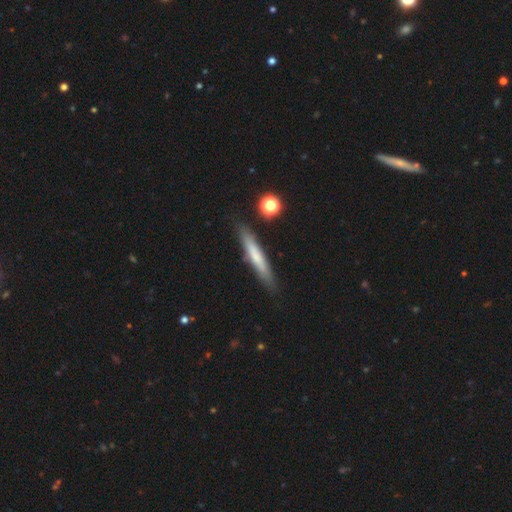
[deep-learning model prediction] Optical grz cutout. It shows a smooth galaxy with no disk features (60%) that is cigar-shaped (94%). Merging: none (86%).